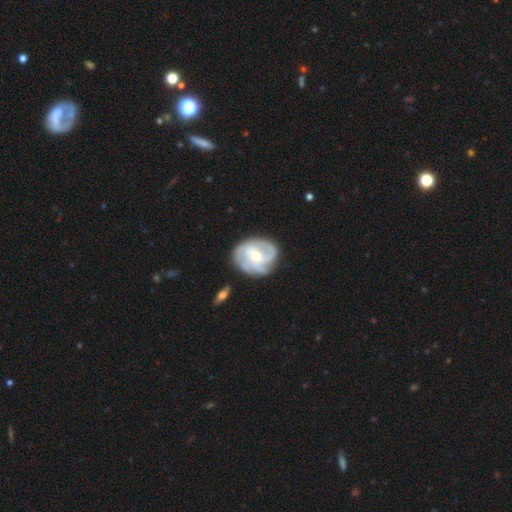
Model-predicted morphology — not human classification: Q: Smooth or featured?
A: featured or disk (83%); runner-up: smooth (12%)
Q: Edge-on disk?
A: no (98%); runner-up: yes (2%)
Q: Bar?
A: no (55%); runner-up: weak (35%)
Q: Spiral arms?
A: yes (95%); runner-up: no (5%)
Q: Spiral winding?
A: tight (46%); runner-up: medium (41%)
Q: Spiral arm count?
A: 3 (42%); runner-up: can't tell (18%)
Q: Bulge size?
A: moderate (50%); runner-up: small (46%)
Q: Merging?
A: none (73%); runner-up: minor disturbance (18%)